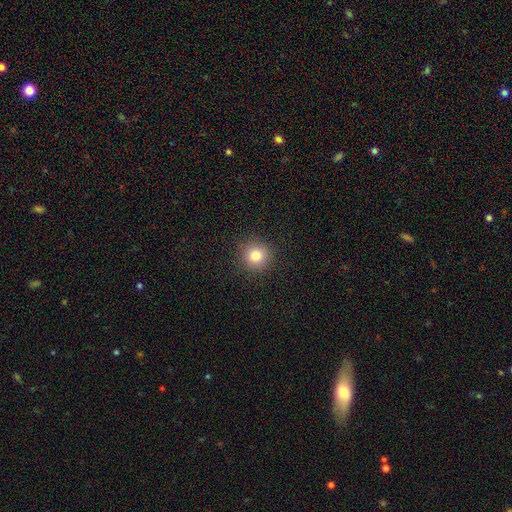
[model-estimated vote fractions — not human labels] Q: Smooth or featured?
A: smooth (80%); runner-up: star or artifact (13%)
Q: How rounded?
A: round (93%); runner-up: in between (6%)
Q: Merging?
A: none (90%); runner-up: minor disturbance (6%)